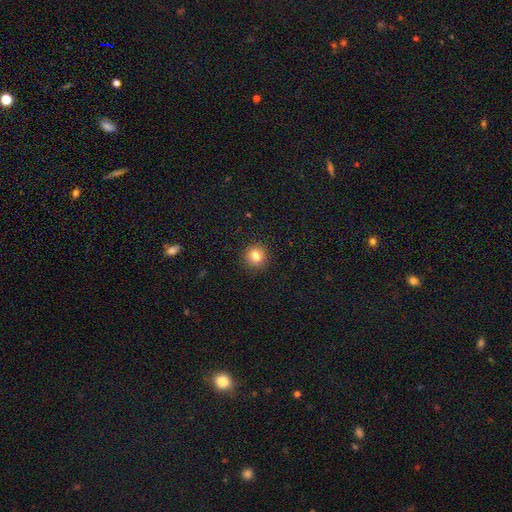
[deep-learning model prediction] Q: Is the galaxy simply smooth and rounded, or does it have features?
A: smooth — 81%.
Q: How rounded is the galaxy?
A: round — 90%.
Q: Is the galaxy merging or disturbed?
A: none — 92%.